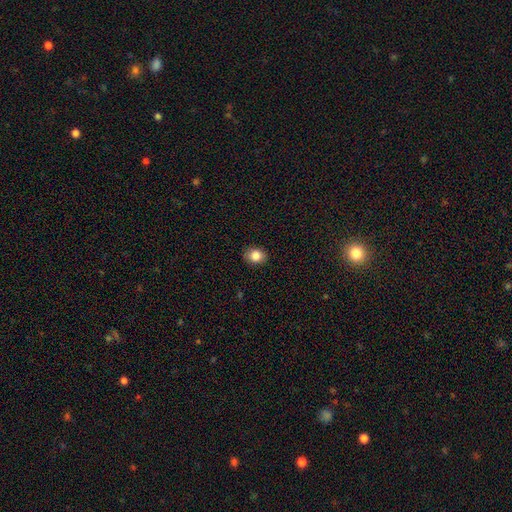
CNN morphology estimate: Smooth or featured? smooth (85%)
How rounded? round (56%)
Merging? none (87%)